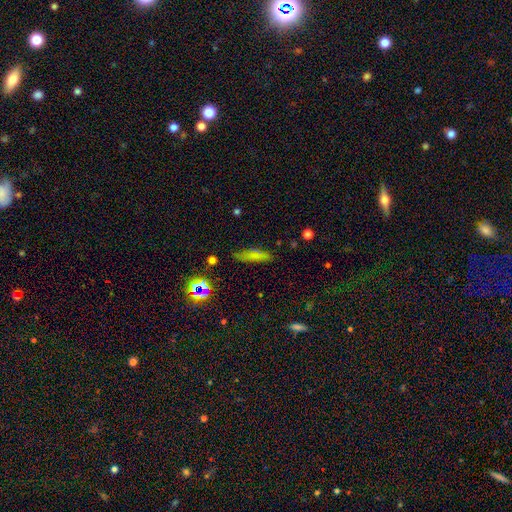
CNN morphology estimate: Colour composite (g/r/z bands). It shows a smooth galaxy with no disk features (68%) that is cigar-shaped (59%). Merging: none (78%).